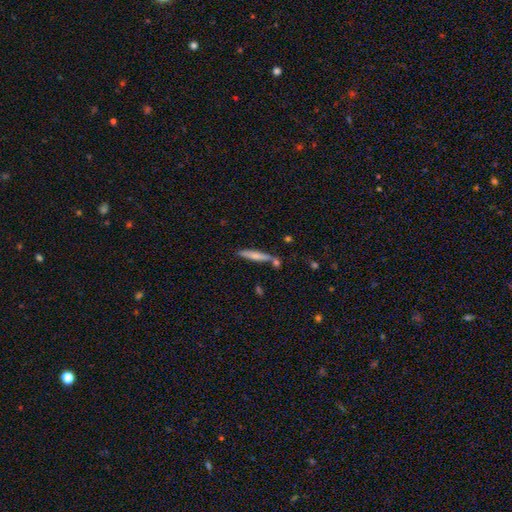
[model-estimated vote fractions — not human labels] Morphology: type=smooth (64%); roundness=cigar-shaped (91%); merging=none (72%).